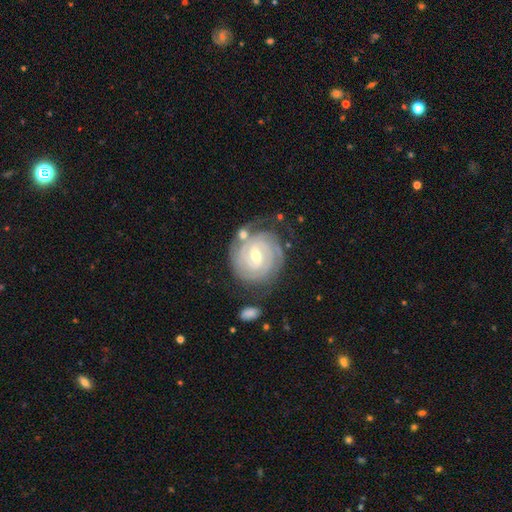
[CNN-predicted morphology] This appears to be a featured or disk galaxy (89%) with a weak bar (57%), 2 (31%) tight (85%) spiral arms (97%) and a moderate central bulge (51%). Merging: none (70%).